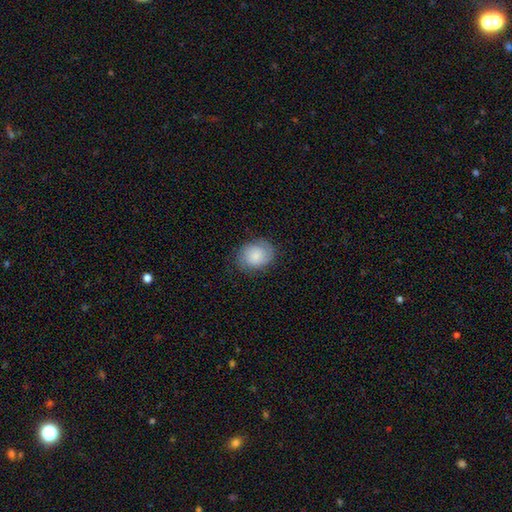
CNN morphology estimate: Overall: smooth (70%). How rounded: round (55%; in between 45%). Merging: none (77%).